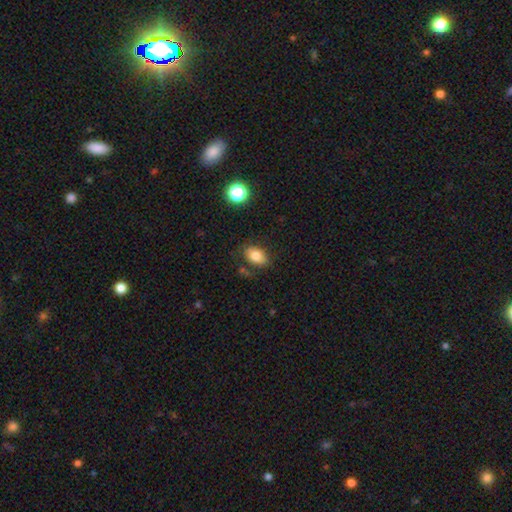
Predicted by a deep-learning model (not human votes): A smooth galaxy with no disk features (80%) that is in between round and cigar-shaped (85%).

Vote fractions:
- Smooth or featured? smooth: 80% / featured or disk: 10% / star or artifact: 10%
- How rounded? in between: 85% / round: 13% / cigar-shaped: 1%
- Merging? none: 76% / minor disturbance: 15% / merger: 5% / major disturbance: 4%